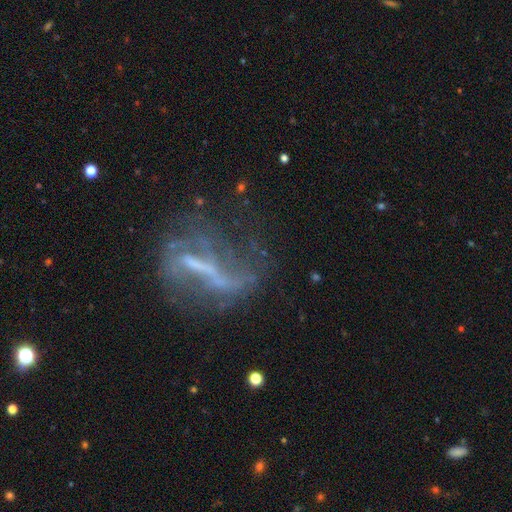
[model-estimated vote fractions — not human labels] The model was most divided on "bulge size": none: 47%, small: 35%, moderate: 15%, large: 3%, dominant: 1%. Remaining: edge-on disk — no (81%); smooth or featured — featured or disk (70%); bar — strong (58%); spiral arms — yes (58%); merging — none (45%).